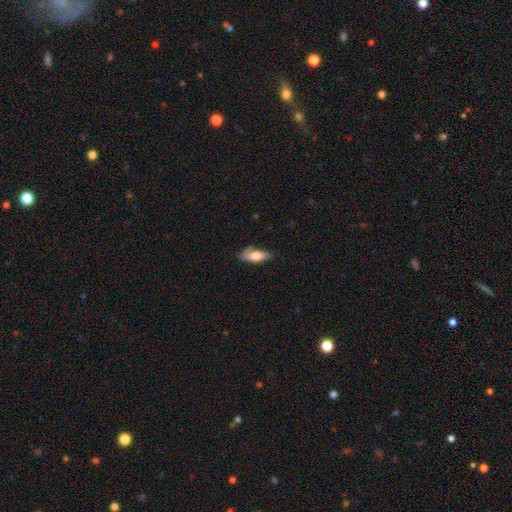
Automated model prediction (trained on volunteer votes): Smooth or featured?
  - smooth: 73% *
  - featured or disk: 21%
  - star or artifact: 6%
How rounded?
  - in between: 72% *
  - cigar-shaped: 26%
  - round: 3%
Merging?
  - none: 60% *
  - minor disturbance: 29%
  - major disturbance: 8%
  - merger: 3%